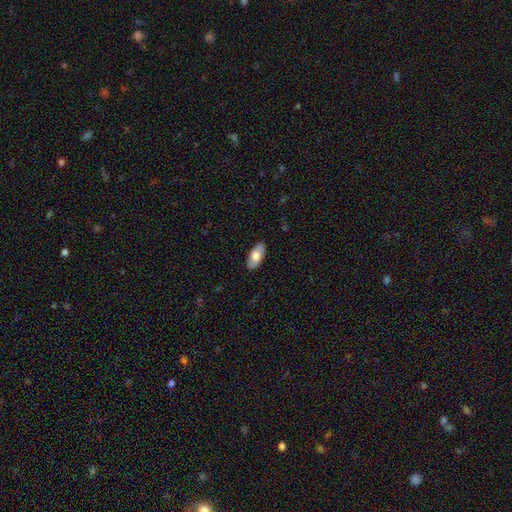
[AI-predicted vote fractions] Smooth or featured?
  - smooth: 71% *
  - featured or disk: 24%
  - star or artifact: 6%
How rounded?
  - in between: 92% *
  - cigar-shaped: 5%
  - round: 2%
Merging?
  - none: 88% *
  - minor disturbance: 9%
  - major disturbance: 2%
  - merger: 1%